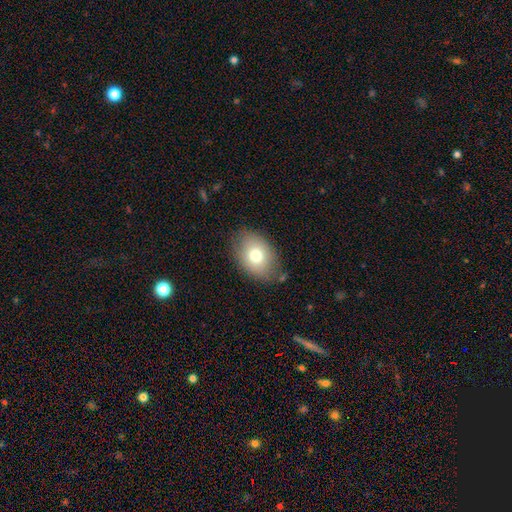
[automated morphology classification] type=smooth (74%); roundness=in between (78%); merging=none (78%).